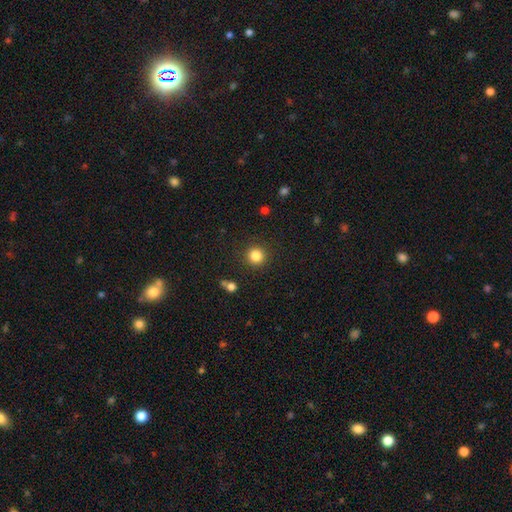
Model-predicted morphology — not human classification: smooth 84%, star or artifact 12%, featured or disk 4%. Down the decision tree: how rounded — round (94%); merging — none (90%).